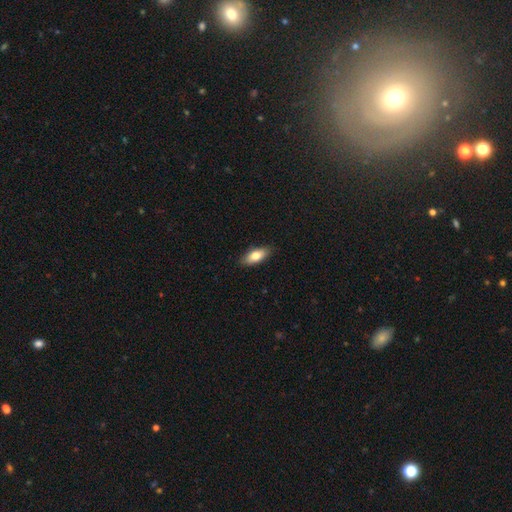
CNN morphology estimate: type=smooth (77%); roundness=in between (82%); merging=none (87%).